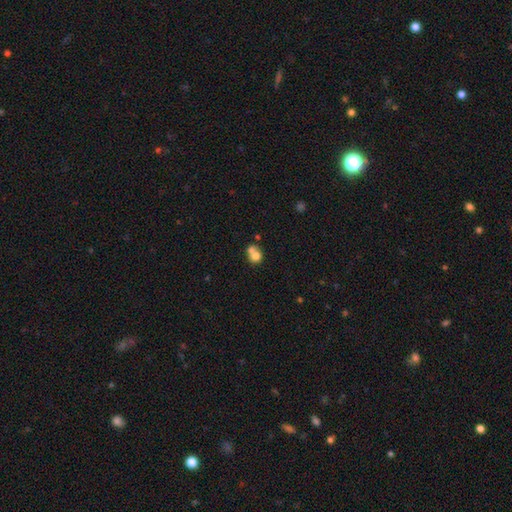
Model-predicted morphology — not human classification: A smooth galaxy with no disk features (73%) that is round (76%). Merging: merger (57%).